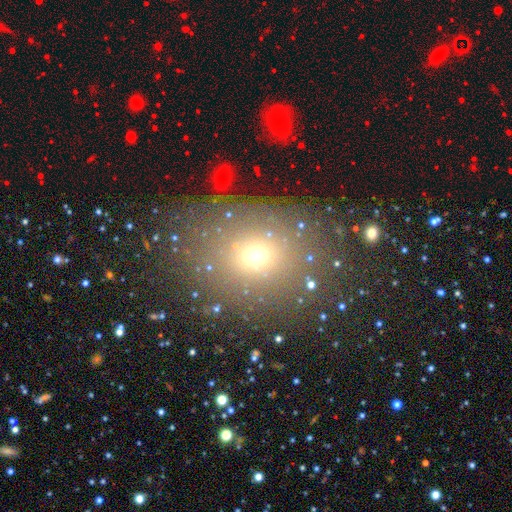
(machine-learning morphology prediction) smooth_or_featured: smooth (p=0.60) [alt: star or artifact p=0.26]
how_rounded: in between (p=0.50) [alt: round p=0.48]
merging: none (p=0.77) [alt: minor disturbance p=0.12]